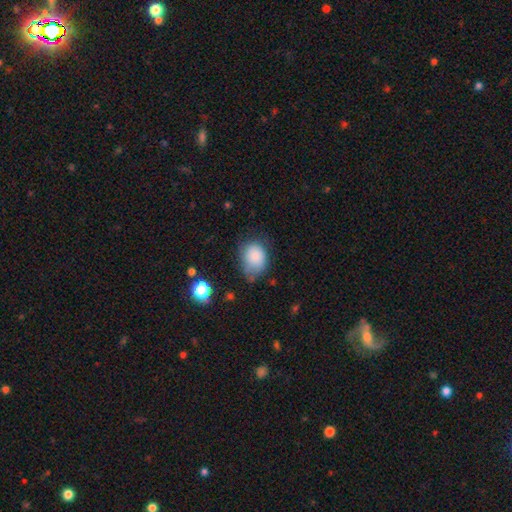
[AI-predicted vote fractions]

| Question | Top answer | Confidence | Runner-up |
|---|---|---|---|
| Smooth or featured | smooth | 82% | featured or disk (9%) |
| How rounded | in between | 62% | round (37%) |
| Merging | none | 48% | minor disturbance (37%) |